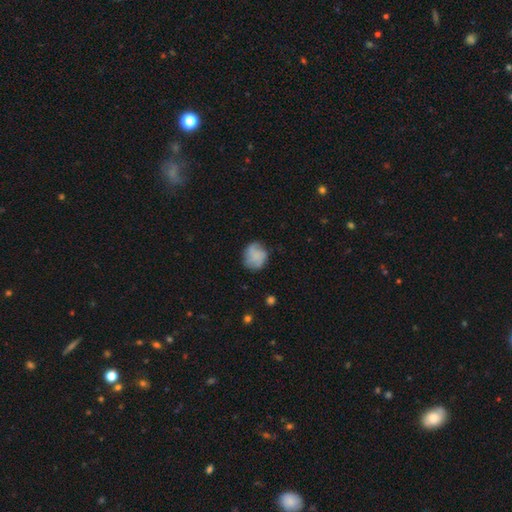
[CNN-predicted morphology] Smooth or featured: smooth — 66% (featured or disk — 26%)
How rounded: round — 77% (in between — 22%)
Merging: none — 72% (minor disturbance — 20%)